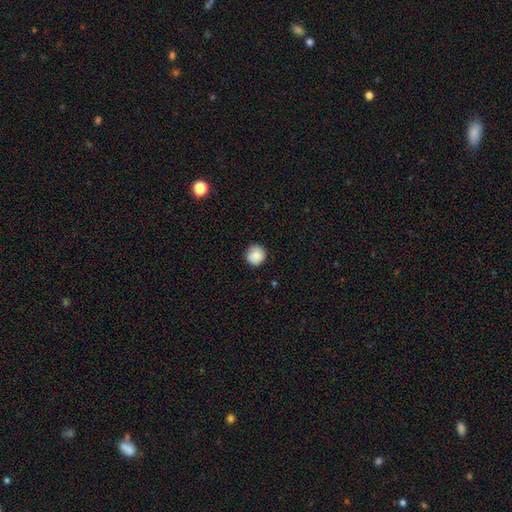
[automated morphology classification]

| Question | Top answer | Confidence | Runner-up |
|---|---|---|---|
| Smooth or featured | smooth | 84% | featured or disk (8%) |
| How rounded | round | 94% | in between (5%) |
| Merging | none | 87% | minor disturbance (10%) |